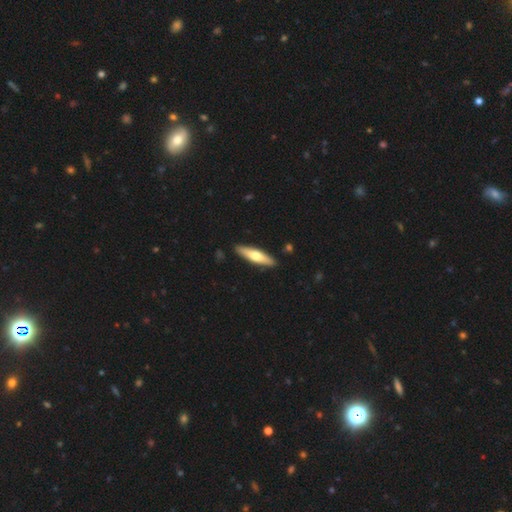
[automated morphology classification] A smooth galaxy with no disk features (51%) that is cigar-shaped (76%). Merging: none (90%).